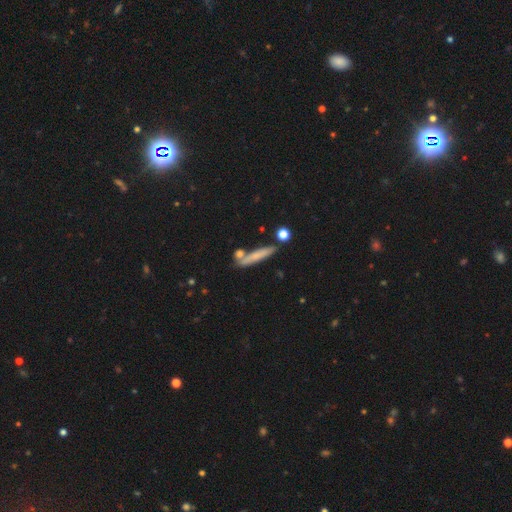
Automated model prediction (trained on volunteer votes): A smooth galaxy with no disk features (65%) that is cigar-shaped (87%). Merging: none (73%).